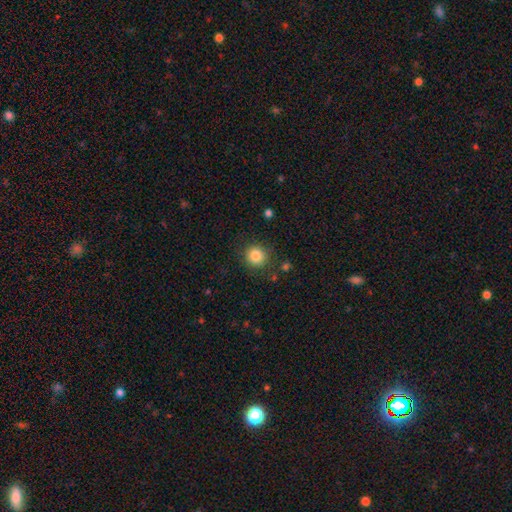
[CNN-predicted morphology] Q: Smooth or featured?
A: smooth (84%); runner-up: star or artifact (11%)
Q: How rounded?
A: round (93%); runner-up: in between (6%)
Q: Merging?
A: none (88%); runner-up: minor disturbance (8%)